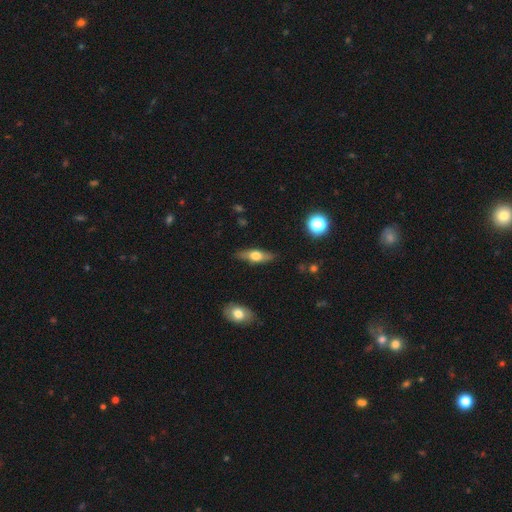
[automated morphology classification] Smooth or featured? smooth (48%)
Merging? none (85%)